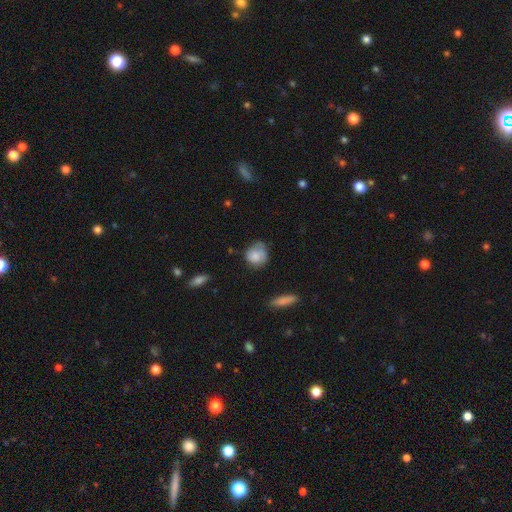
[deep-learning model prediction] A smooth galaxy with no disk features (80%) that is round (73%).

Vote fractions:
- Smooth or featured? smooth: 80% / featured or disk: 12% / star or artifact: 8%
- How rounded? round: 73% / in between: 26% / cigar-shaped: 1%
- Merging? none: 52% / minor disturbance: 35% / major disturbance: 10% / merger: 3%